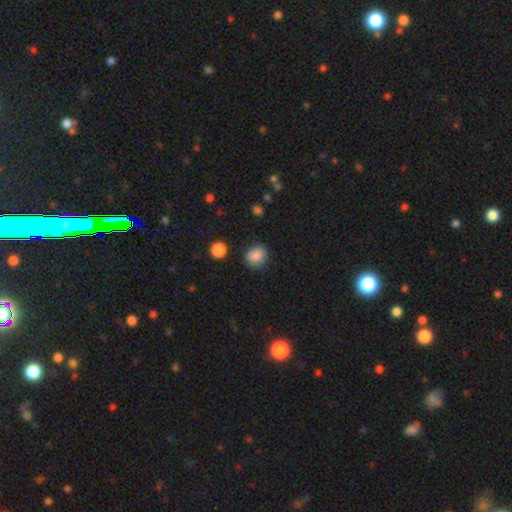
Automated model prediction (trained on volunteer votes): A smooth galaxy with no disk features (86%) that is round (77%). Merging: none (84%).